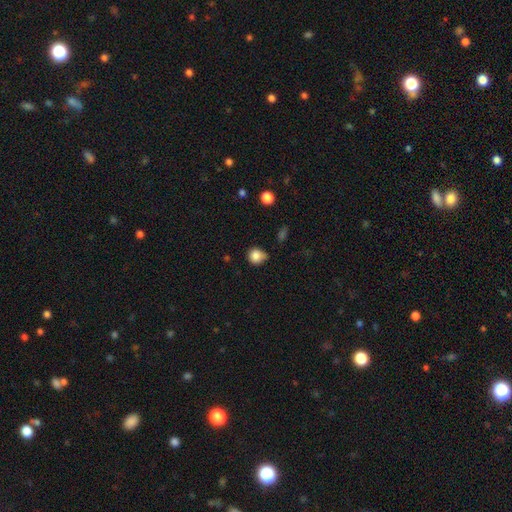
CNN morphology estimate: This is clearly a smooth galaxy (83%). How rounded: clearly round (81%). Merging: possibly none (54%).